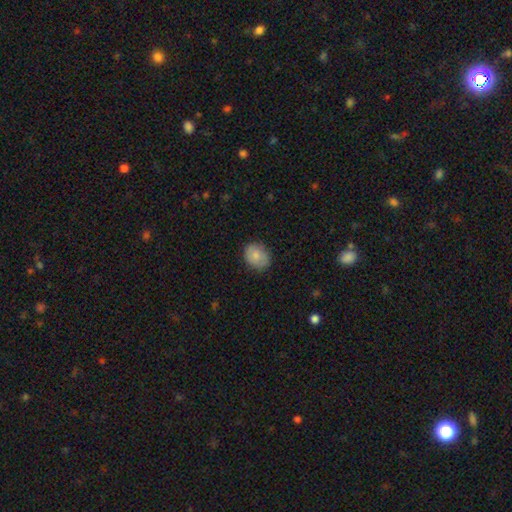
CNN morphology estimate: smooth_or_featured: smooth (p=0.82) [alt: featured or disk p=0.11]
how_rounded: in between (p=0.52) [alt: round p=0.47]
merging: none (p=0.83) [alt: minor disturbance p=0.14]